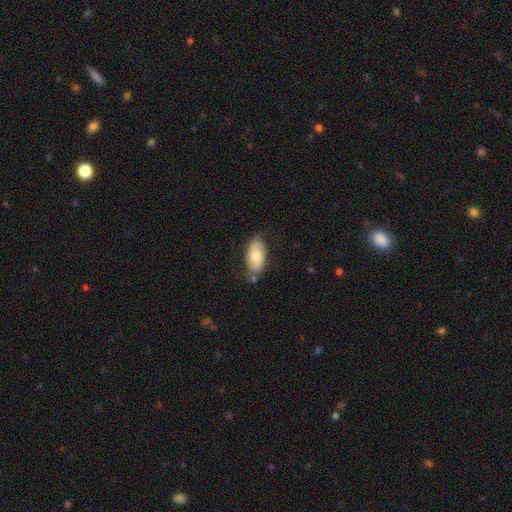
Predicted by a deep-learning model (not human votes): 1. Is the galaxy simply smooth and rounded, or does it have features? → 72% smooth, 22% featured or disk, 6% star or artifact.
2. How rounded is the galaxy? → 93% in between, 4% cigar-shaped, 3% round.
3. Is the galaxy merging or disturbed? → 71% none, 21% minor disturbance, 4% merger, 4% major disturbance.